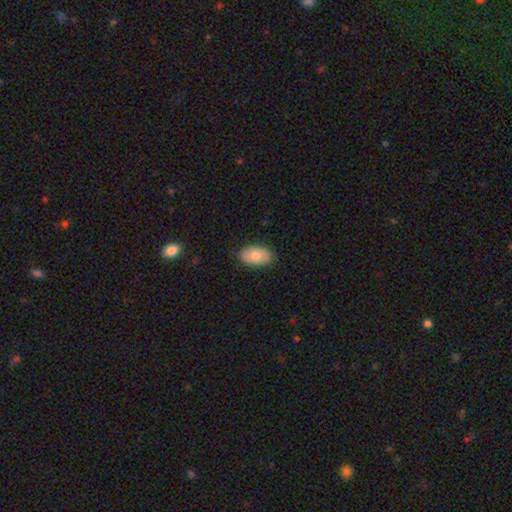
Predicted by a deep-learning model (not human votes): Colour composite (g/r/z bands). It shows a smooth galaxy with no disk features (76%) that is in between round and cigar-shaped (93%). Merging: none (86%).